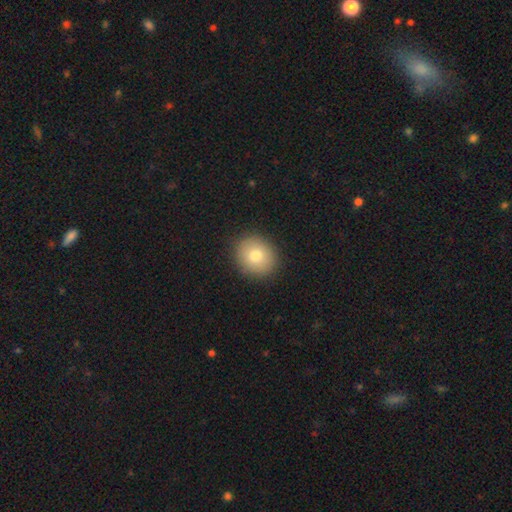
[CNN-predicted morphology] Smooth or featured? Predicted: smooth (p=0.77). How rounded? Predicted: round (p=0.77). Merging? Predicted: none (p=0.90).